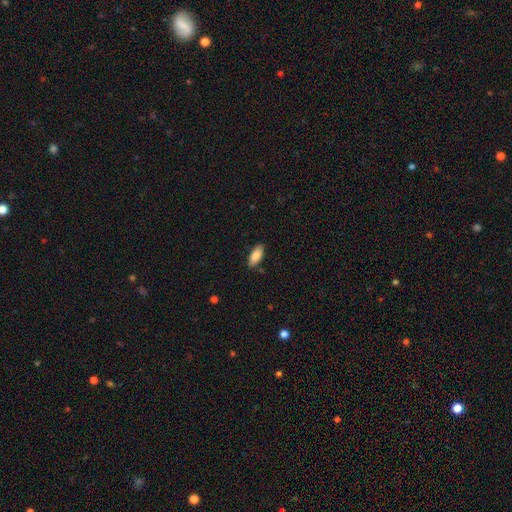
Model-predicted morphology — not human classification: smooth-or-featured: smooth: 87% | featured or disk: 7% | star or artifact: 6%
  how-rounded: in between: 81% | cigar-shaped: 17% | round: 2%
  merging: none: 85% | minor disturbance: 12% | major disturbance: 2% | merger: 1%